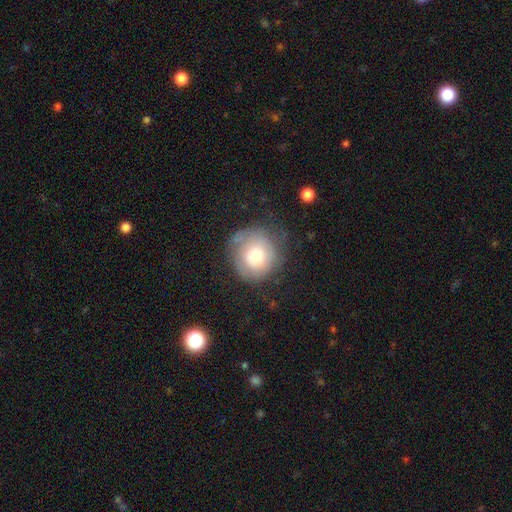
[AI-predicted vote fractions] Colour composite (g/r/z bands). It shows a smooth galaxy with no disk features (56%) that is round (85%). Merging: none (61%).